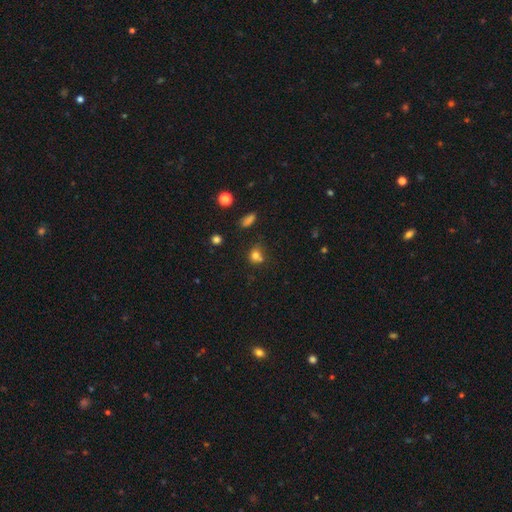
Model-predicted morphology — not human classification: type=smooth (75%); roundness=round (71%); merging=none (49%).